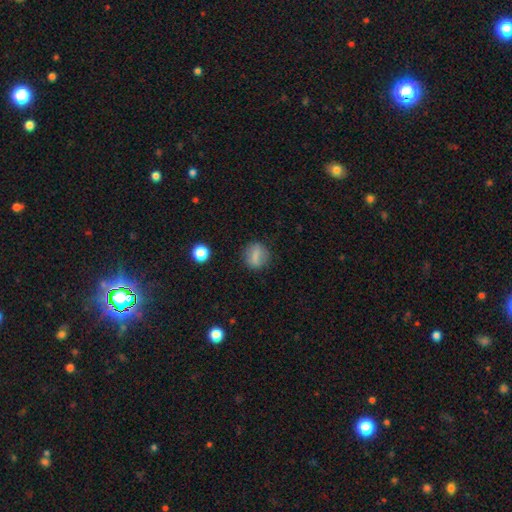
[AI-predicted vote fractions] The model was most divided on "how rounded": round: 64%, in between: 33%, cigar-shaped: 3%. More confident: merging — none (81%); smooth or featured — smooth (73%).